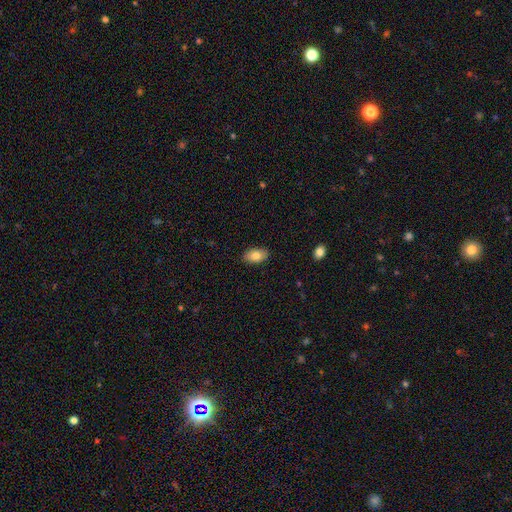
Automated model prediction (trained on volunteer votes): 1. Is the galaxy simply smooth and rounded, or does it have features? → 83% smooth, 10% featured or disk, 7% star or artifact.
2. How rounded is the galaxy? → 92% in between, 6% round, 2% cigar-shaped.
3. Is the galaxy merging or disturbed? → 87% none, 10% minor disturbance, 2% major disturbance, 1% merger.